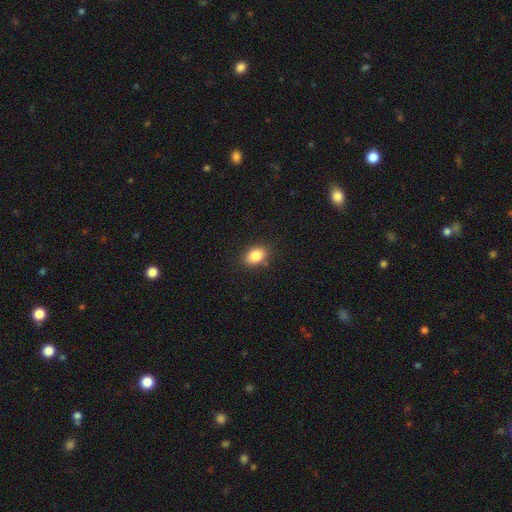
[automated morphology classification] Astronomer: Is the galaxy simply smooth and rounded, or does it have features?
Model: smooth — 85%.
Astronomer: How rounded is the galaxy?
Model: in between — 80%.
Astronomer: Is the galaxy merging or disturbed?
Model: none — 86%.